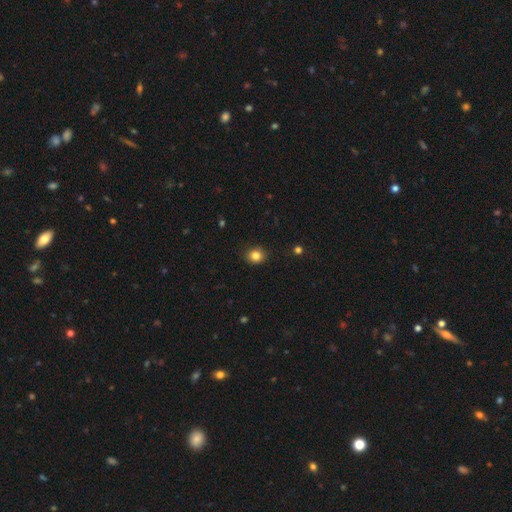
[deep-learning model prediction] This appears to be a smooth galaxy with no disk features (83%) that is round (79%). Merging: none (90%).